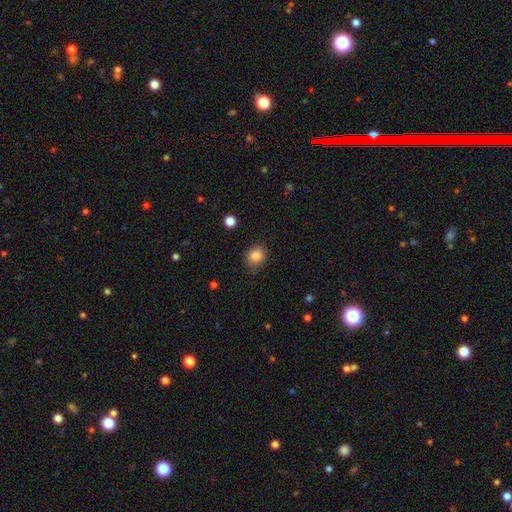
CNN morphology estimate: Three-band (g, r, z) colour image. It shows a smooth galaxy with no disk features (85%) that is round (66%). Merging: none (83%).